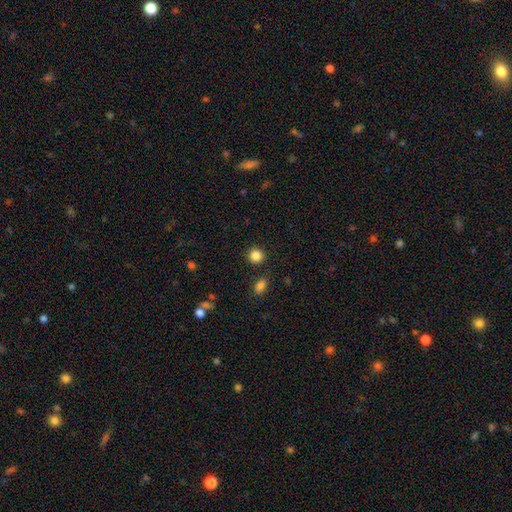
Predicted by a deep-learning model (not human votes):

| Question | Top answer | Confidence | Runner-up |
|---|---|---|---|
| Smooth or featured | smooth | 85% | star or artifact (11%) |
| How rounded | round | 90% | in between (9%) |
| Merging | none | 89% | minor disturbance (6%) |